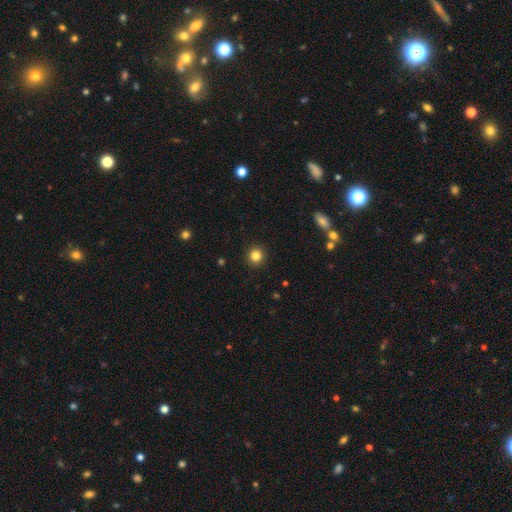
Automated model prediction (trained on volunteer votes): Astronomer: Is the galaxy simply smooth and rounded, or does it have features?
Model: smooth — 83%.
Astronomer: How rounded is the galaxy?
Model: round — 93%.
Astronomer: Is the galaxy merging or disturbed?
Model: none — 92%.